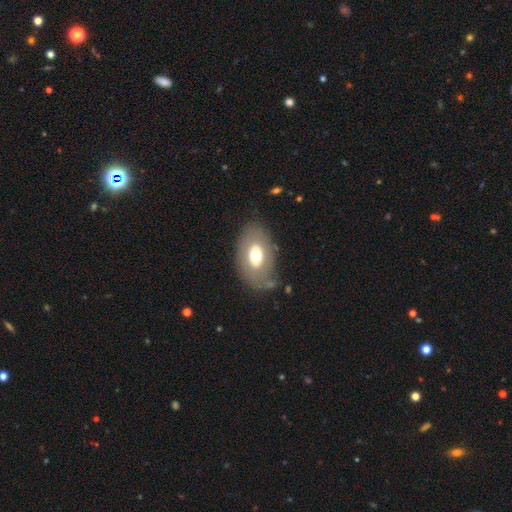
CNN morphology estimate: Smooth or featured: smooth — 57% (featured or disk — 36%)
How rounded: in between — 88% (round — 10%)
Merging: none — 72% (minor disturbance — 17%)